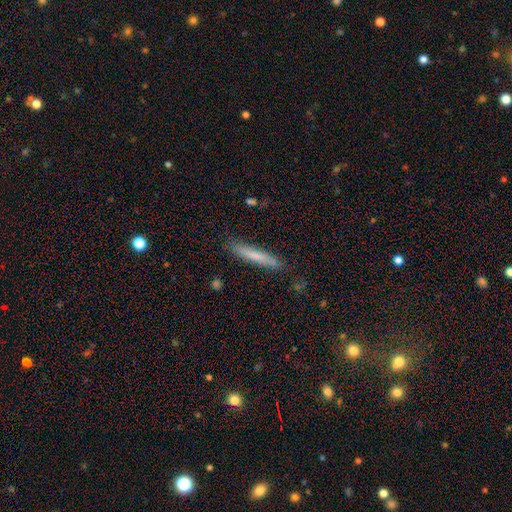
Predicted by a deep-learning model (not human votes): A smooth galaxy with no disk features (71%) that is cigar-shaped (94%). Merging: none (84%).